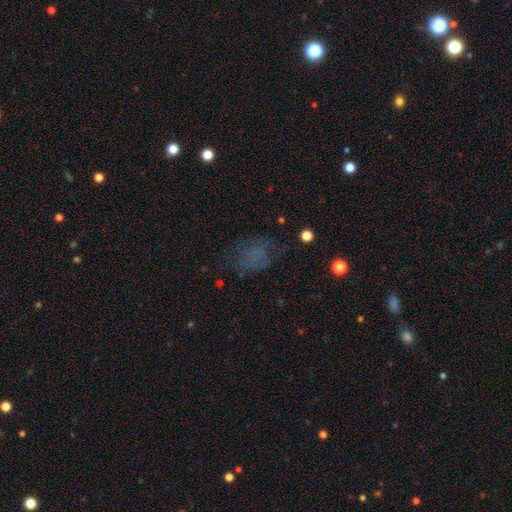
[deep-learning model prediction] smooth-or-featured: smooth: 55% | star or artifact: 26% | featured or disk: 19%
  how-rounded: in between: 73% | round: 25% | cigar-shaped: 2%
  merging: none: 60% | minor disturbance: 20% | major disturbance: 18% | merger: 2%